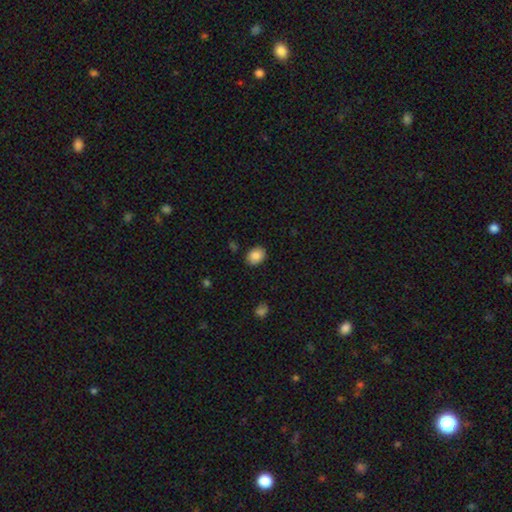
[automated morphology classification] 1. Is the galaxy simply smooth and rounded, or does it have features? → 85% smooth, 8% star or artifact, 7% featured or disk.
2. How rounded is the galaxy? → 66% in between, 33% round, 1% cigar-shaped.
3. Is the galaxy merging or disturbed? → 85% none, 11% minor disturbance, 2% major disturbance, 1% merger.